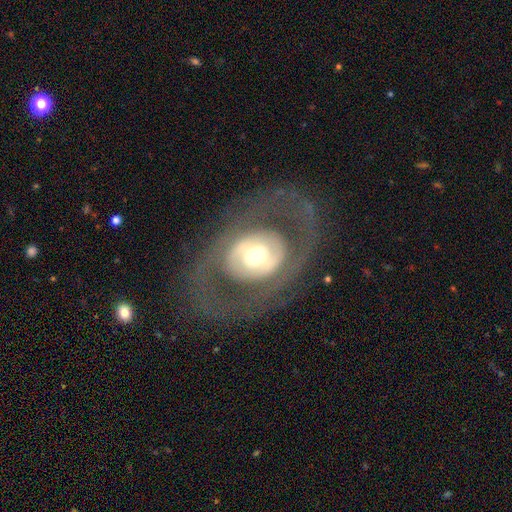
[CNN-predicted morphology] This appears to be a featured or disk galaxy (71%) with no bar (57%), no spiral arms (65%) and a moderate central bulge (55%). Merging: none (74%).